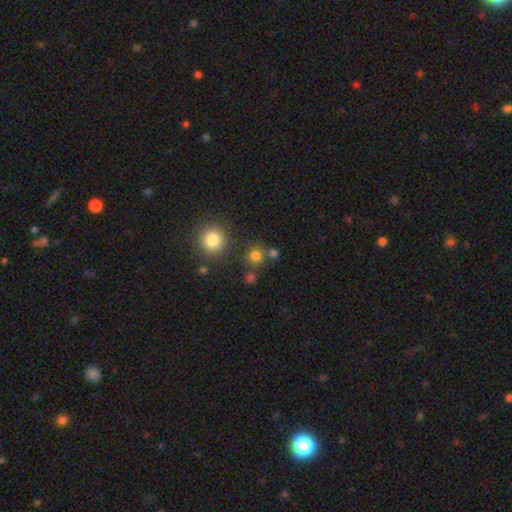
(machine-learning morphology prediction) This is likely a smooth galaxy (76%). How rounded: clearly round (90%). Merging: likely none (74%).